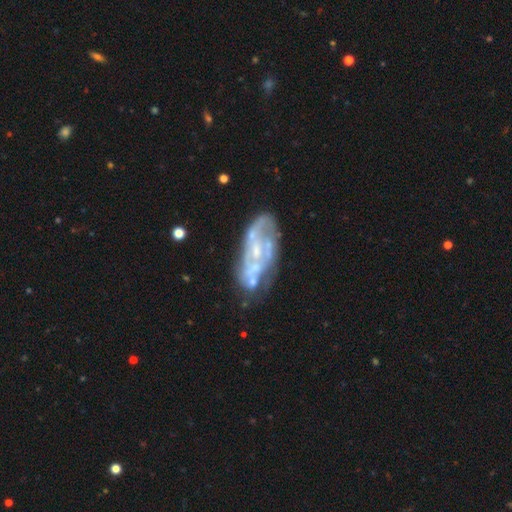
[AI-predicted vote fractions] This appears to be a featured or disk galaxy (73%) with no bar (67%), spiral arms (62%) and a small central bulge (58%). Merging: none (58%).